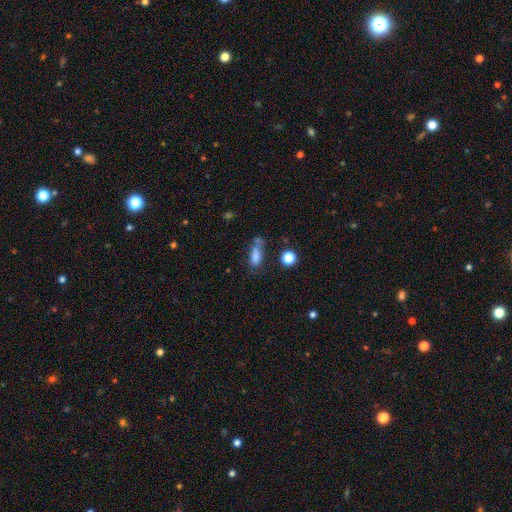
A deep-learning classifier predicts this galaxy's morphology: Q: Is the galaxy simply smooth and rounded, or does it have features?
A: smooth — 78%.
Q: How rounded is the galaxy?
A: in between — 71%.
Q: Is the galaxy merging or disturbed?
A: none — 46%.